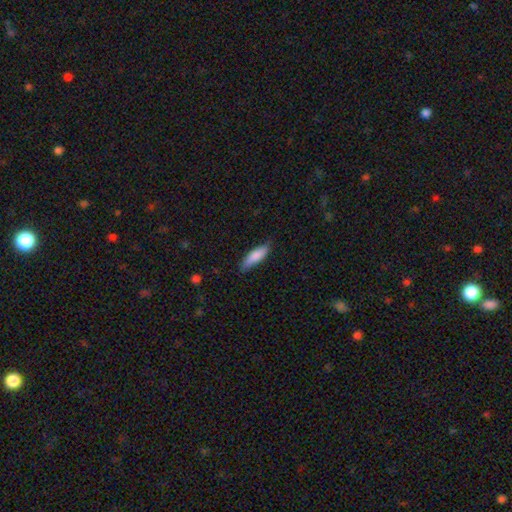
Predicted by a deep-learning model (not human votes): Morphology: type=smooth (83%); roundness=cigar-shaped (55%); merging=none (77%).